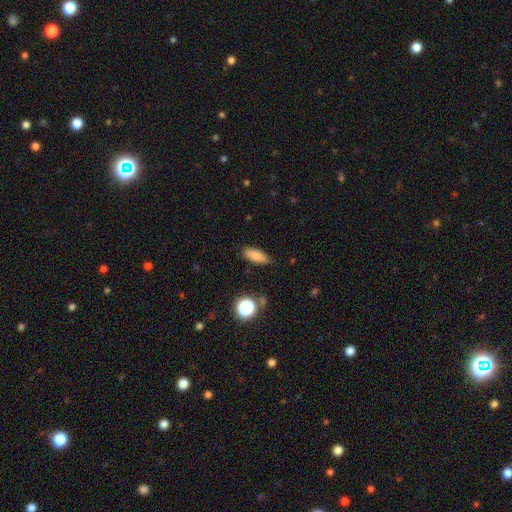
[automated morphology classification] Smooth or featured: smooth — 82% (star or artifact — 10%)
How rounded: in between — 72% (cigar-shaped — 24%)
Merging: none — 82% (minor disturbance — 13%)